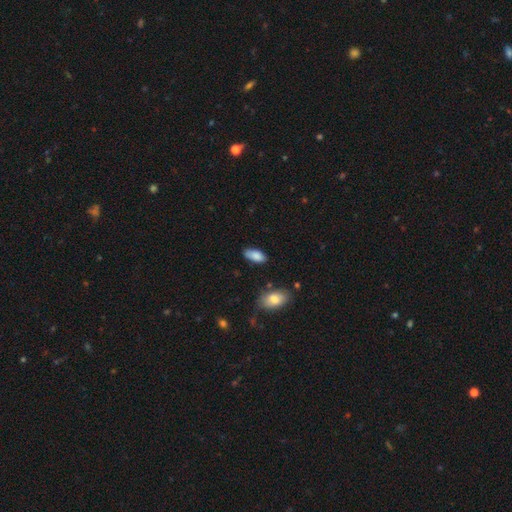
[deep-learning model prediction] Q: Smooth or featured?
A: smooth (86%); runner-up: featured or disk (8%)
Q: How rounded?
A: in between (89%); runner-up: cigar-shaped (9%)
Q: Merging?
A: none (78%); runner-up: minor disturbance (16%)